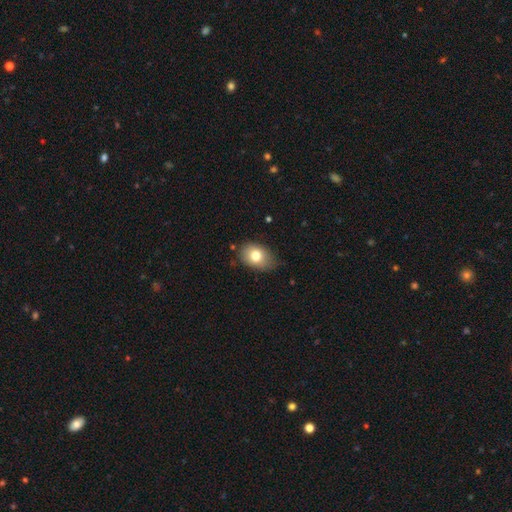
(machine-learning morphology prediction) Overall: smooth (78%). How rounded: in between (78%). Merging: none (71%).